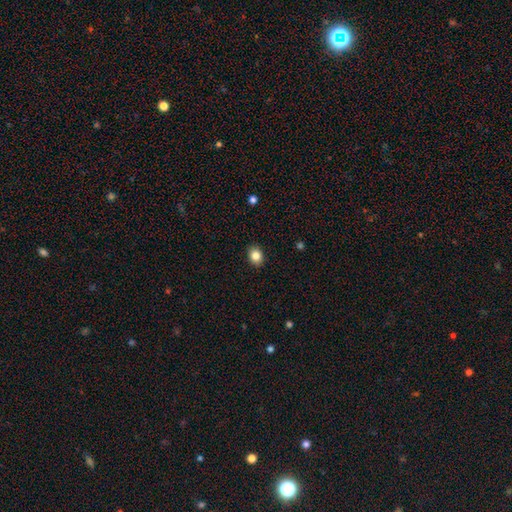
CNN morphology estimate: Smooth or featured?
  - smooth: 84% *
  - star or artifact: 10%
  - featured or disk: 6%
How rounded?
  - in between: 57% *
  - round: 42%
  - cigar-shaped: 1%
Merging?
  - none: 90% *
  - minor disturbance: 7%
  - major disturbance: 2%
  - merger: 1%